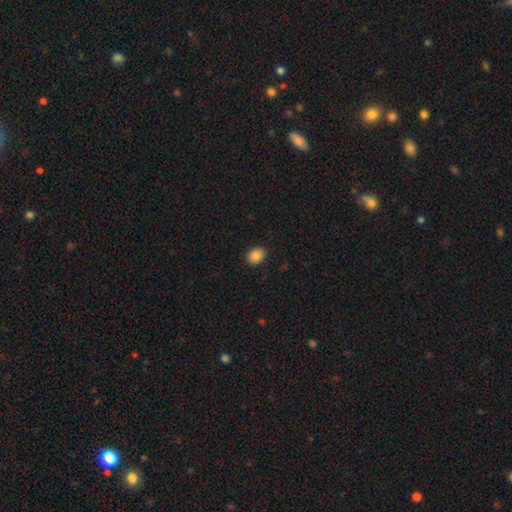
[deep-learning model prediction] smooth_or_featured: smooth (p=0.86) [alt: star or artifact p=0.09]
how_rounded: in between (p=0.60) [alt: round p=0.39]
merging: none (p=0.89) [alt: minor disturbance p=0.08]